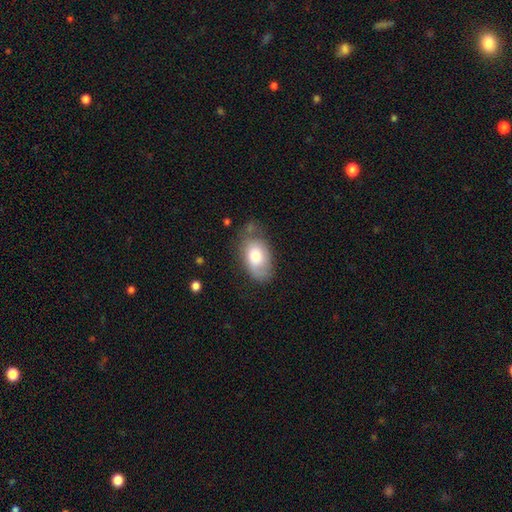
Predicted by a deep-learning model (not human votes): smooth-or-featured: smooth: 73% | featured or disk: 20% | star or artifact: 7%
  how-rounded: in between: 91% | round: 7% | cigar-shaped: 1%
  merging: none: 57% | minor disturbance: 28% | major disturbance: 10% | merger: 5%